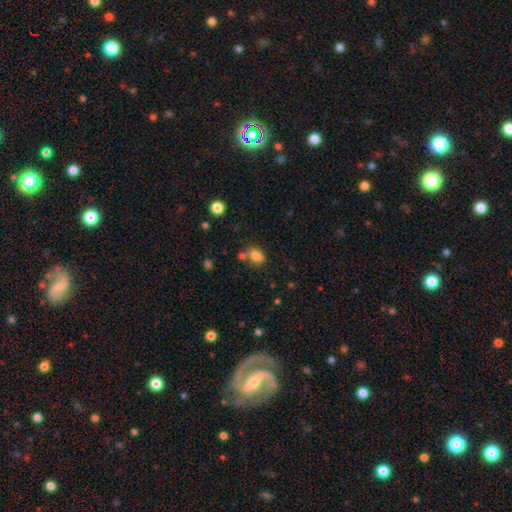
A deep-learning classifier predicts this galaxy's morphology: type=smooth (75%); roundness=in between (56%); merging=none (40%).